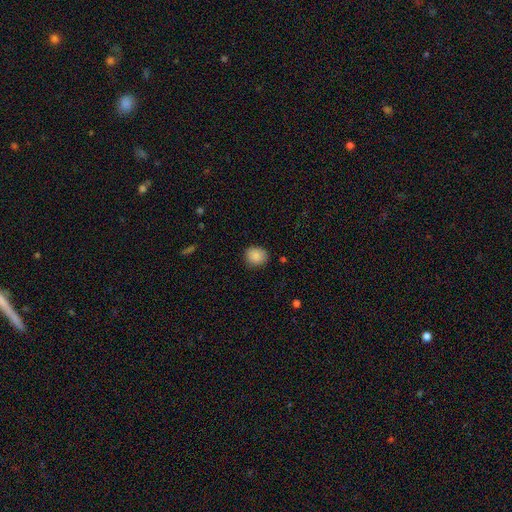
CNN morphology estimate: This appears to be a smooth galaxy with no disk features (88%) that is round (72%). Merging: none (83%).